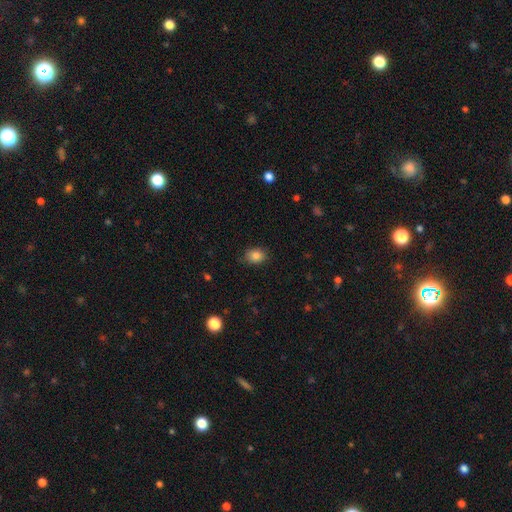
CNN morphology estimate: Q: Smooth or featured?
A: smooth (84%); runner-up: star or artifact (10%)
Q: How rounded?
A: in between (62%); runner-up: round (36%)
Q: Merging?
A: none (80%); runner-up: minor disturbance (16%)